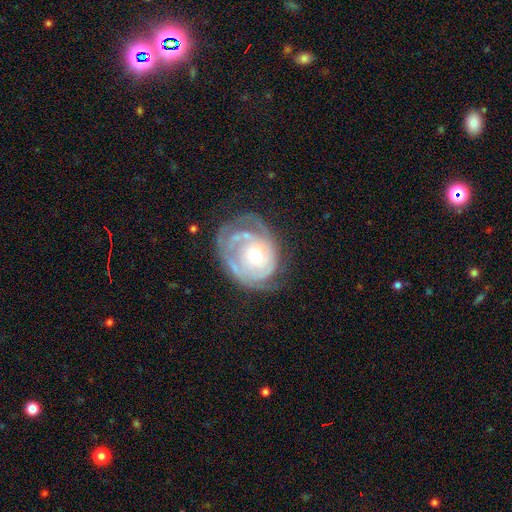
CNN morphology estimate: Smooth or featured: featured or disk — 74% (smooth — 19%)
Edge-on disk: no — 97% (yes — 3%)
Bar: no — 84% (weak — 13%)
Spiral arms: yes — 73% (no — 27%)
Spiral winding: tight — 65% (medium — 24%)
Spiral arm count: can't tell — 43% (2 — 21%)
Bulge size: moderate — 52% (small — 40%)
Merging: none — 43% (minor disturbance — 26%)